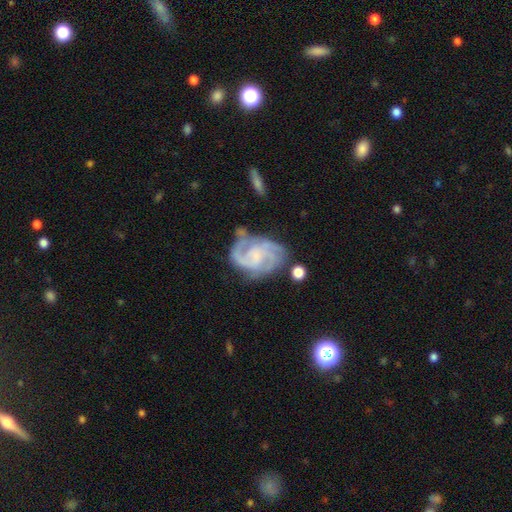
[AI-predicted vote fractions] Morphology: type=featured or disk (86%); edge-on=no (98%); bar=no (54%); spiral arms=yes (96%); winding=tight (45%); arm count=2 (35%); bulge=small (45%); merging=none (59%).